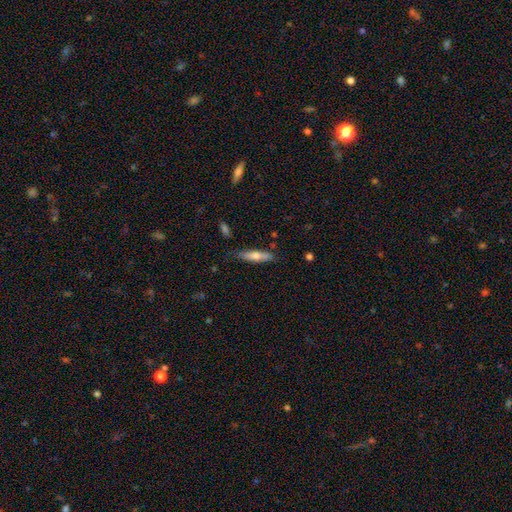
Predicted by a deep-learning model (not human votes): Smooth or featured: smooth — 64% (featured or disk — 30%)
How rounded: cigar-shaped — 70% (in between — 28%)
Merging: none — 78% (minor disturbance — 17%)